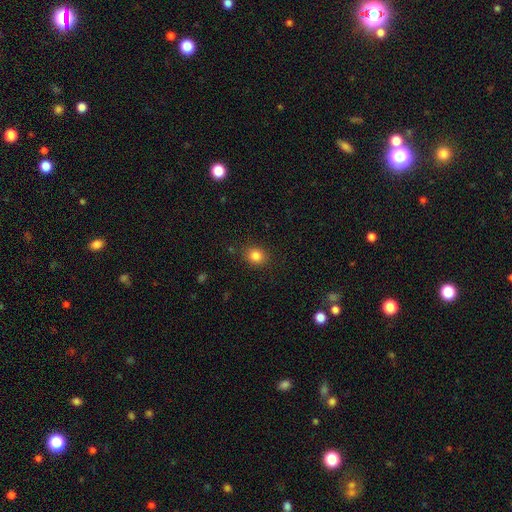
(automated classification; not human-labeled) Q: Smooth or featured?
A: smooth (83%); runner-up: star or artifact (11%)
Q: How rounded?
A: round (70%); runner-up: in between (29%)
Q: Merging?
A: none (87%); runner-up: minor disturbance (9%)